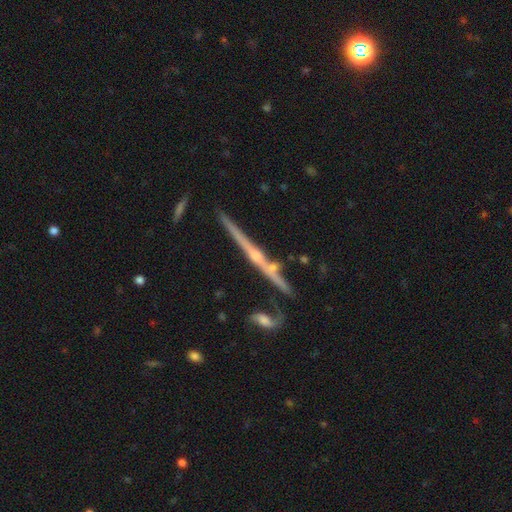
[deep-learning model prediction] Smooth or featured?
  - featured or disk: 80% *
  - smooth: 13%
  - star or artifact: 7%
Edge-on disk?
  - yes: 97% *
  - no: 3%
Edge-on bulge?
  - rounded: 65% *
  - none: 28%
  - boxy: 7%
Merging?
  - none: 75% *
  - minor disturbance: 12%
  - merger: 10%
  - major disturbance: 3%